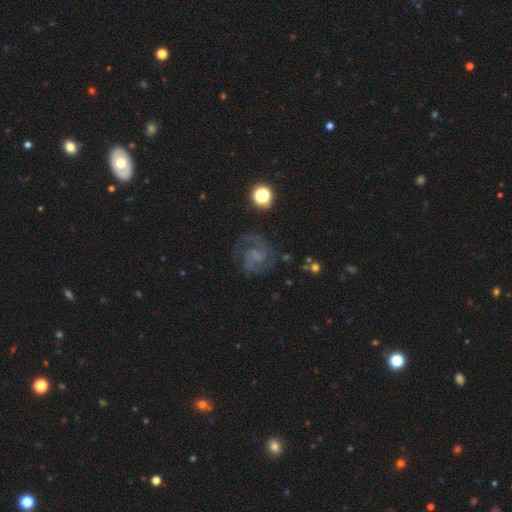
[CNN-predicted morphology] A featured or disk galaxy (76%) with no bar (47%), 2 (65%) medium (49%) spiral arms (93%) and no central bulge (51%). Merging: none (70%).